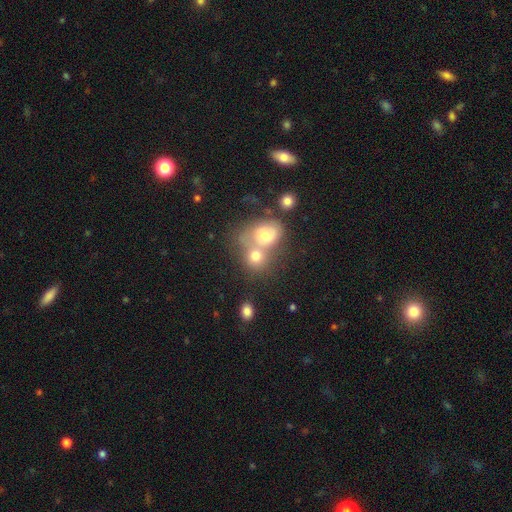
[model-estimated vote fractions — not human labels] Morphology: type=smooth (70%); roundness=round (65%); merging=merger (56%).